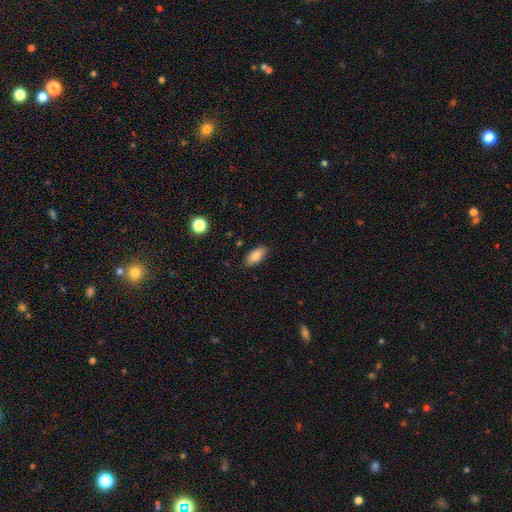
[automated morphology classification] type=smooth (84%); roundness=in between (90%); merging=none (86%).